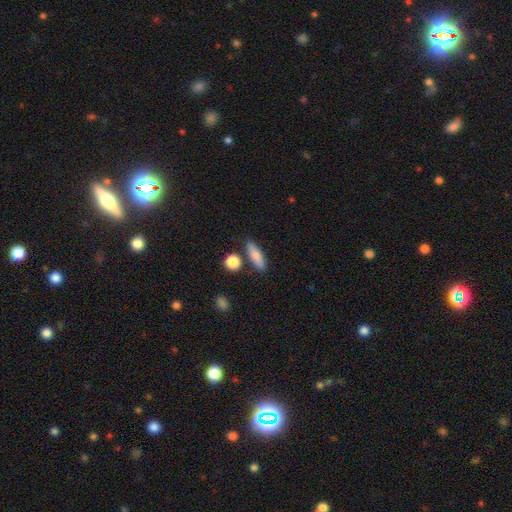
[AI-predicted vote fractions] Morphology: type=smooth (81%); roundness=cigar-shaped (53%); merging=none (79%).